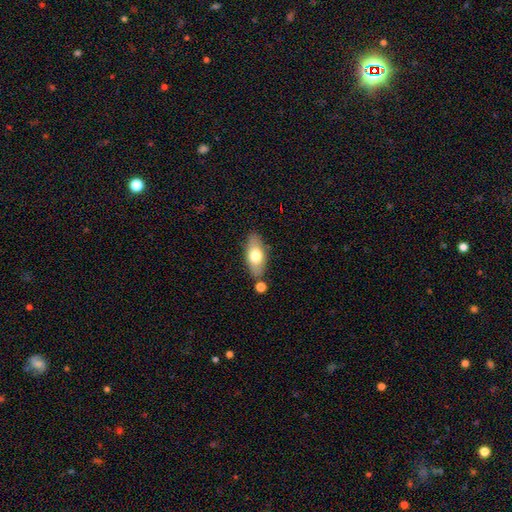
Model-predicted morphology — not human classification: A smooth galaxy with no disk features (68%) that is in between round and cigar-shaped (84%).

Vote fractions:
- Smooth or featured? smooth: 68% / featured or disk: 26% / star or artifact: 6%
- How rounded? in between: 84% / cigar-shaped: 12% / round: 4%
- Merging? none: 76% / minor disturbance: 13% / merger: 8% / major disturbance: 3%